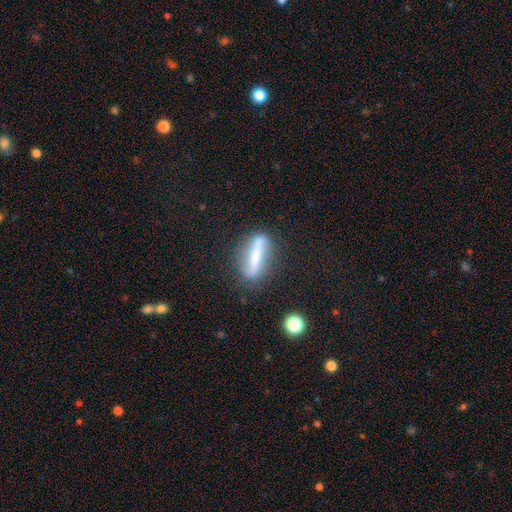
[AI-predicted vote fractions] A featured or disk galaxy (58%) viewed edge-on (53%).

Vote fractions:
- Smooth or featured? featured or disk: 58% / smooth: 35% / star or artifact: 8%
- Edge-on disk? yes: 53% / no: 47%
- Merging? none: 80% / minor disturbance: 13% / major disturbance: 4% / merger: 2%